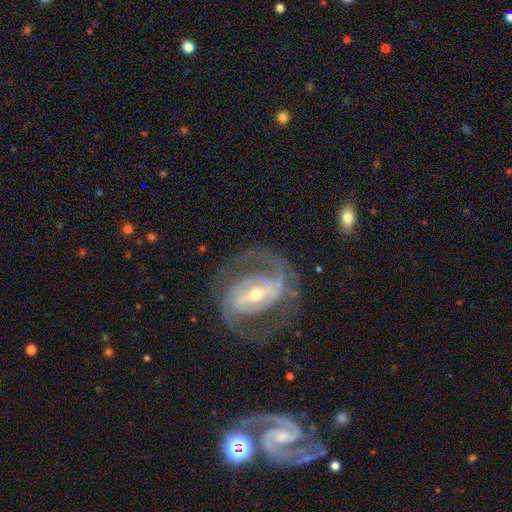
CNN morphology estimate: featured or disk 86%, star or artifact 7%, smooth 7%. Down the decision tree: edge-on disk — no (96%); bar — strong (53%); spiral arms — yes (95%); spiral arm count — 2 (87%); spiral winding — medium (51%); bulge size — small (56%); merging — none (69%).